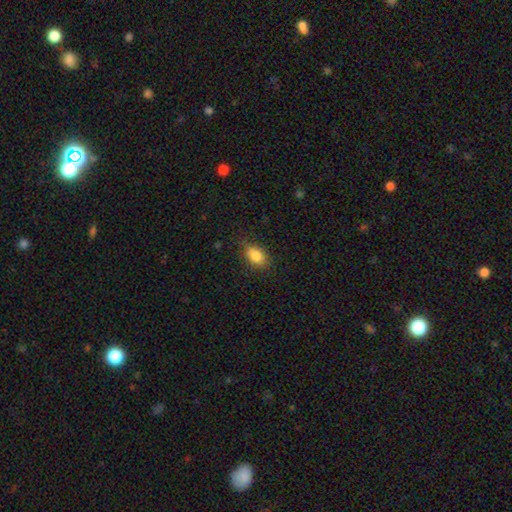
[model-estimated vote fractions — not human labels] This appears to be a smooth galaxy with no disk features (84%) that is in between round and cigar-shaped (85%). Merging: none (75%).